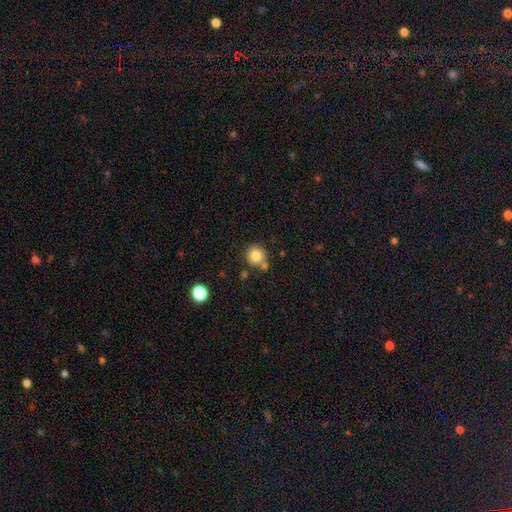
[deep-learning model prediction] A smooth galaxy with no disk features (81%) that is round (88%).

Vote fractions:
- Smooth or featured? smooth: 81% / star or artifact: 11% / featured or disk: 8%
- How rounded? round: 88% / in between: 11% / cigar-shaped: 1%
- Merging? none: 69% / merger: 14% / minor disturbance: 13% / major disturbance: 3%